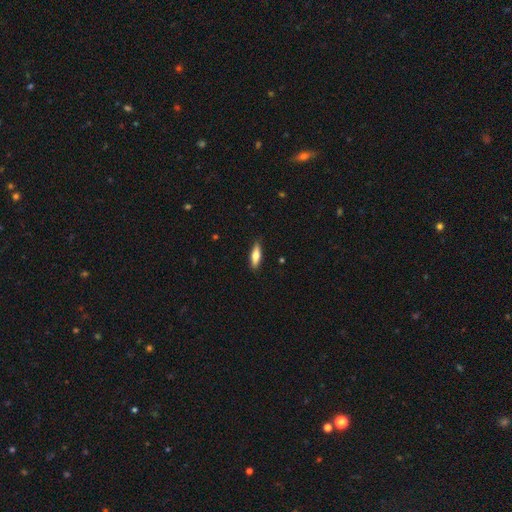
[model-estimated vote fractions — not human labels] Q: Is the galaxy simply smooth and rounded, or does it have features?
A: smooth — 64%.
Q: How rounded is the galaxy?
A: cigar-shaped — 58%.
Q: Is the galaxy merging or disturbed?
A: none — 88%.